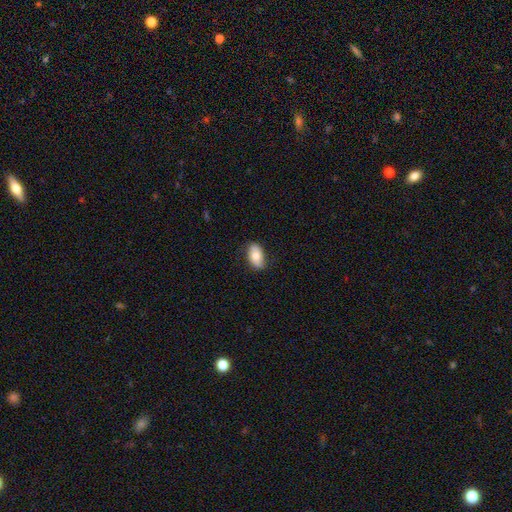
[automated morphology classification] smooth 77%, featured or disk 17%, star or artifact 7%. Down the decision tree: how rounded — in between (93%); merging — none (81%).